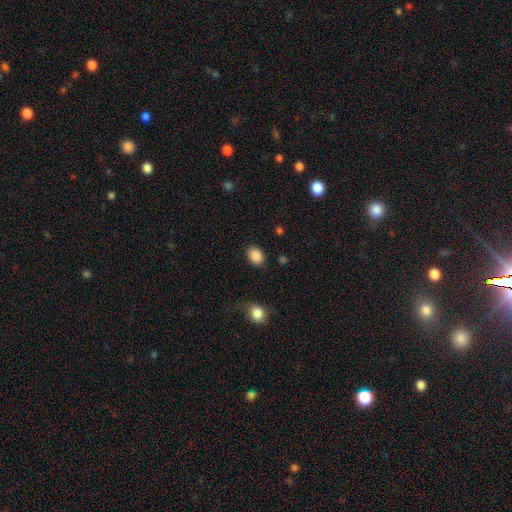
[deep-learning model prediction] A smooth galaxy with no disk features (88%) that is in between round and cigar-shaped (65%). Merging: none (85%).